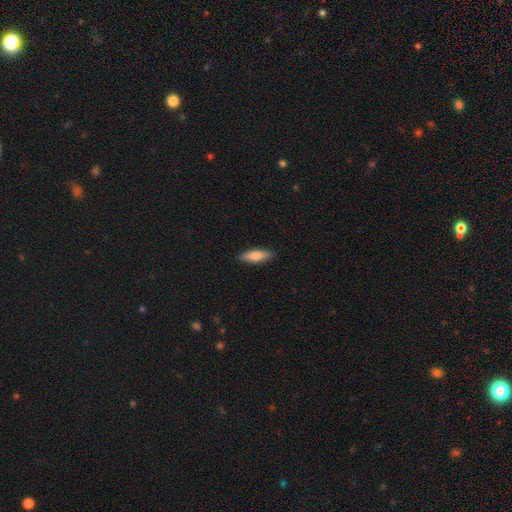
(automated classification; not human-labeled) Q: Smooth or featured?
A: smooth (81%); runner-up: featured or disk (13%)
Q: How rounded?
A: in between (50%); runner-up: cigar-shaped (49%)
Q: Merging?
A: none (89%); runner-up: minor disturbance (8%)